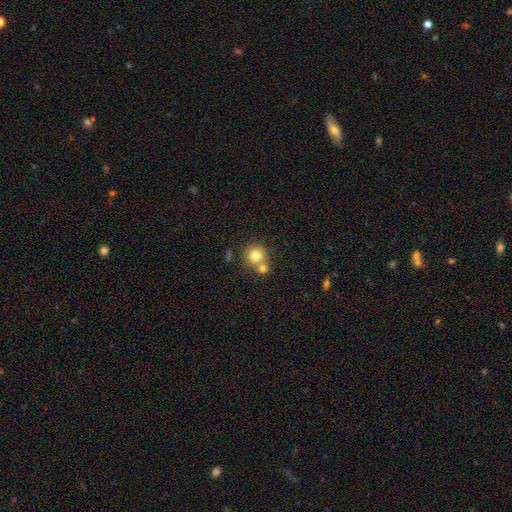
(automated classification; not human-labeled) Smooth or featured? smooth (79%)
How rounded? round (91%)
Merging? none (55%)